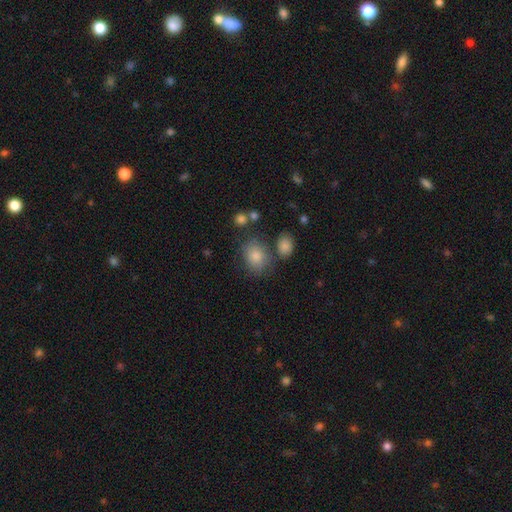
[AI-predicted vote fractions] A smooth galaxy with no disk features (79%) that is in between round and cigar-shaped (54%).

Vote fractions:
- Smooth or featured? smooth: 79% / star or artifact: 13% / featured or disk: 9%
- How rounded? in between: 54% / round: 45% / cigar-shaped: 1%
- Merging? none: 69% / minor disturbance: 14% / merger: 12% / major disturbance: 5%